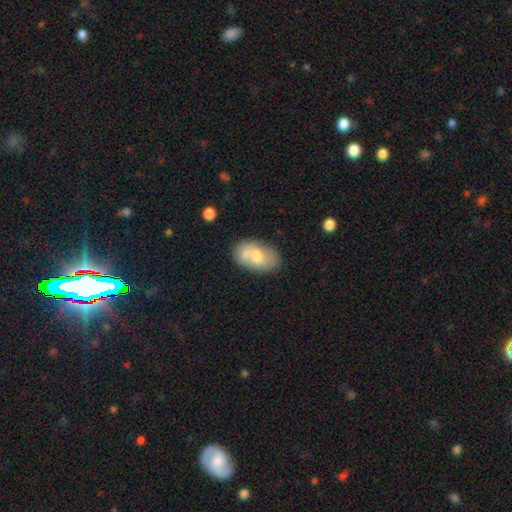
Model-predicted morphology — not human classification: smooth 63%, featured or disk 30%, star or artifact 7%. Down the decision tree: how rounded — in between (90%); merging — none (54%).